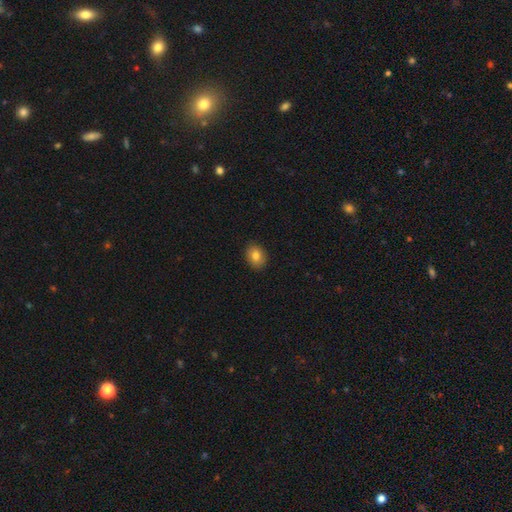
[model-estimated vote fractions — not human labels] Smooth or featured: smooth — 81% (star or artifact — 9%)
How rounded: in between — 56% (round — 43%)
Merging: none — 88% (minor disturbance — 9%)